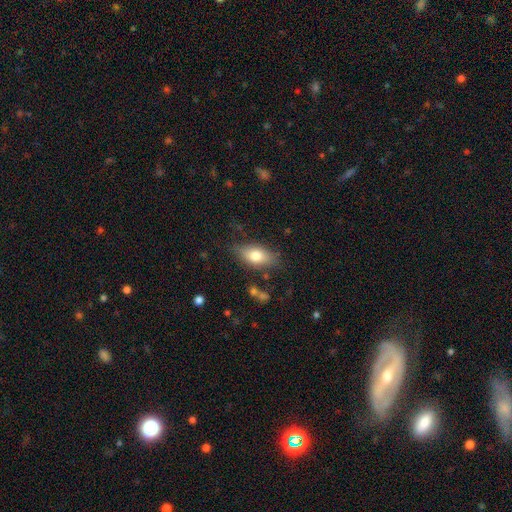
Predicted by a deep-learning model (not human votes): Overall: smooth (75%). How rounded: in between (86%). Merging: none (76%).